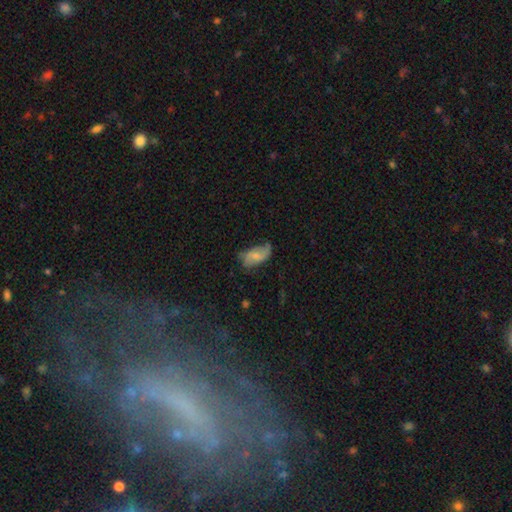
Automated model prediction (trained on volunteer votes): The model was most divided on "smooth or featured": smooth: 50%, featured or disk: 42%, star or artifact: 8%. Remaining: merging — none (49%).